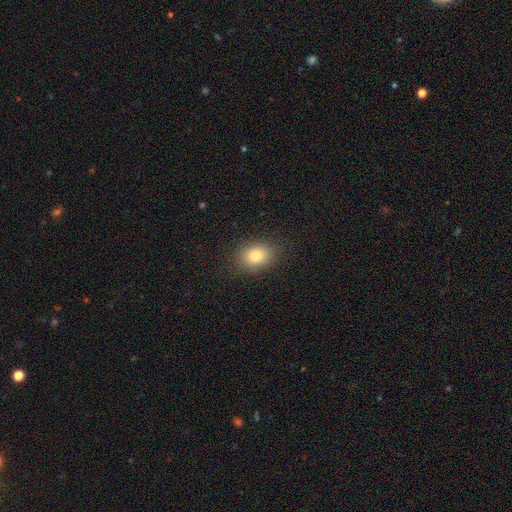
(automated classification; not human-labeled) Q: Smooth or featured?
A: smooth (80%); runner-up: star or artifact (11%)
Q: How rounded?
A: in between (62%); runner-up: round (37%)
Q: Merging?
A: none (86%); runner-up: minor disturbance (10%)